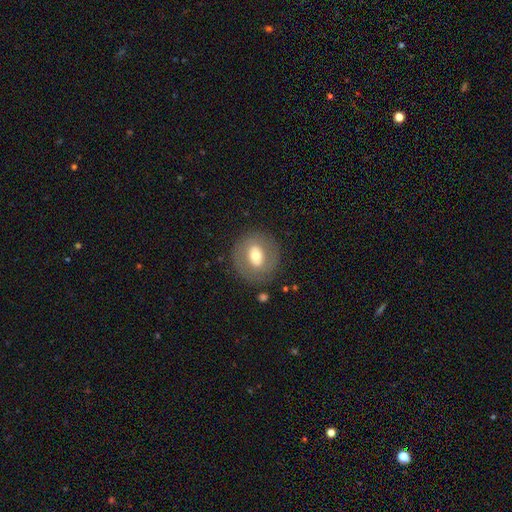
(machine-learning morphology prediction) Q: Smooth or featured?
A: smooth (51%); runner-up: featured or disk (42%)
Q: How rounded?
A: round (69%); runner-up: in between (30%)
Q: Merging?
A: none (80%); runner-up: minor disturbance (11%)